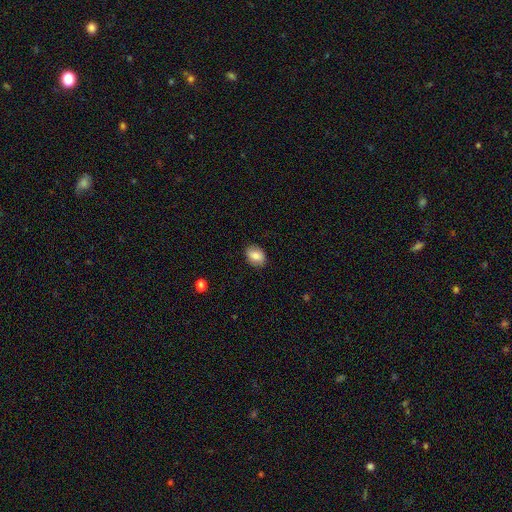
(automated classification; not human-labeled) This is clearly a smooth galaxy (82%). How rounded: likely in between (80%). Merging: clearly none (86%).